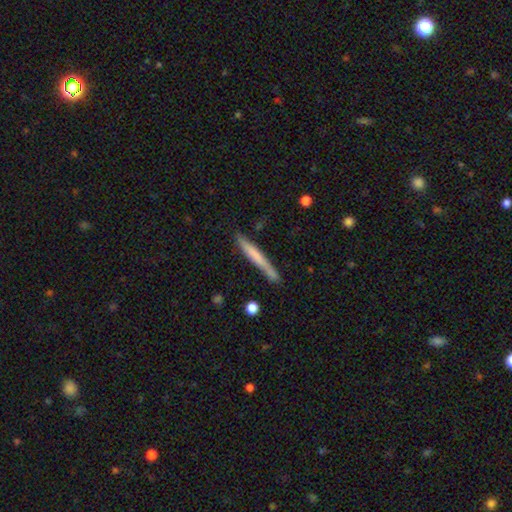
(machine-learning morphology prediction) smooth-or-featured: smooth: 62% | featured or disk: 32% | star or artifact: 6%
  how-rounded: cigar-shaped: 96% | in between: 3% | round: 1%
  merging: none: 79% | minor disturbance: 15% | merger: 4% | major disturbance: 3%